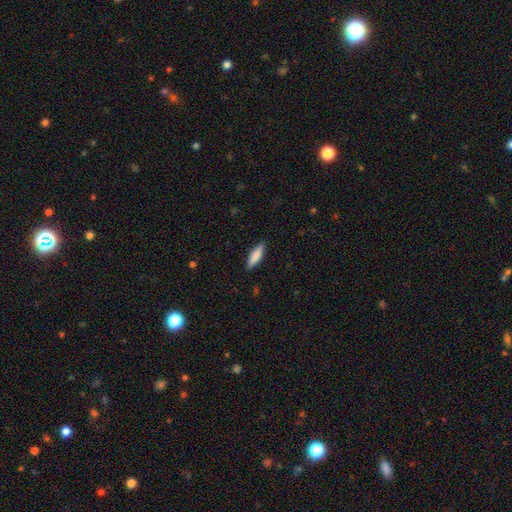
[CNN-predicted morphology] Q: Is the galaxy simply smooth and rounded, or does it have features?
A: smooth — 80%.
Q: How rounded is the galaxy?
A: cigar-shaped — 65%.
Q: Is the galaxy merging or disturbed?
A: none — 89%.